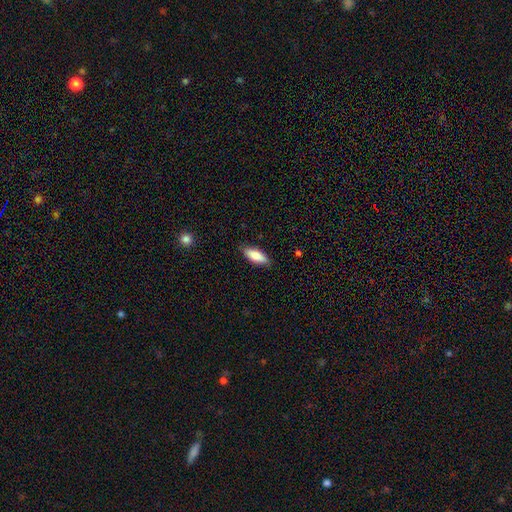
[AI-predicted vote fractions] smooth 79%, featured or disk 15%, star or artifact 6%. Down the decision tree: how rounded — in between (72%); merging — none (86%).